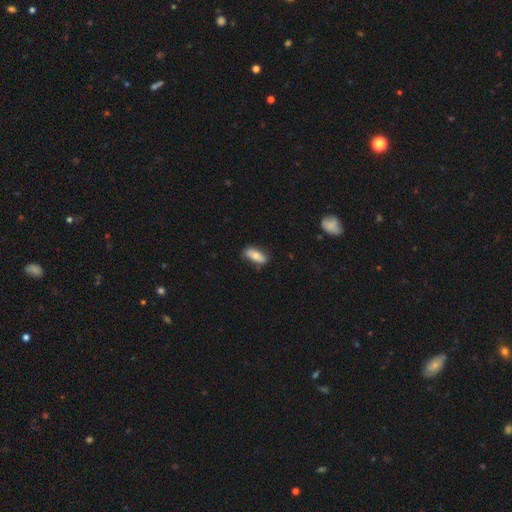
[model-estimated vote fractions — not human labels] Overall: smooth (73%). How rounded: in between (79%). Merging: none (77%).